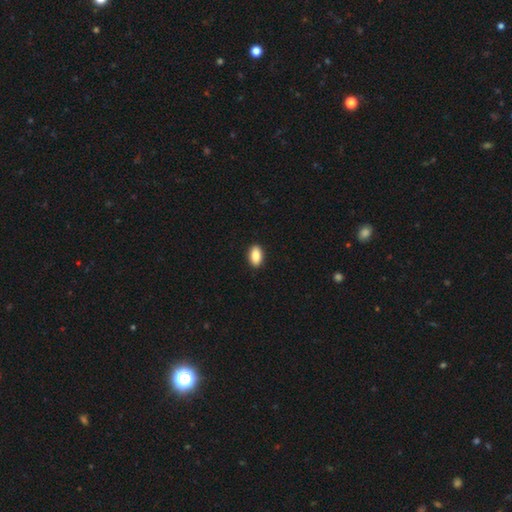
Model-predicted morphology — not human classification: Smooth or featured? Predicted: smooth (p=0.89). How rounded? Predicted: in between (p=0.92). Merging? Predicted: none (p=0.91).